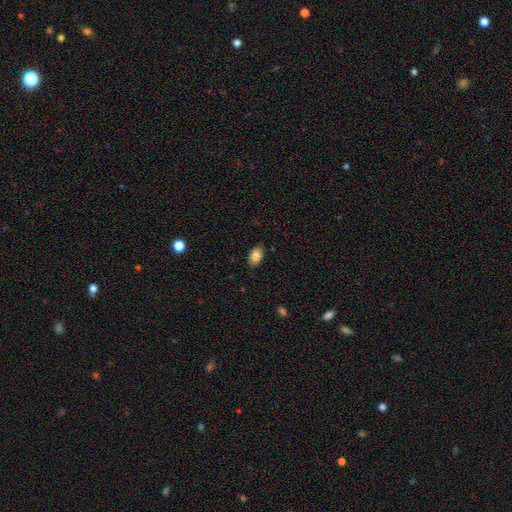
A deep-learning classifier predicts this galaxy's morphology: Smooth or featured?
  - smooth: 85% *
  - star or artifact: 8%
  - featured or disk: 7%
How rounded?
  - in between: 90% *
  - round: 8%
  - cigar-shaped: 1%
Merging?
  - none: 85% *
  - minor disturbance: 11%
  - major disturbance: 2%
  - merger: 1%